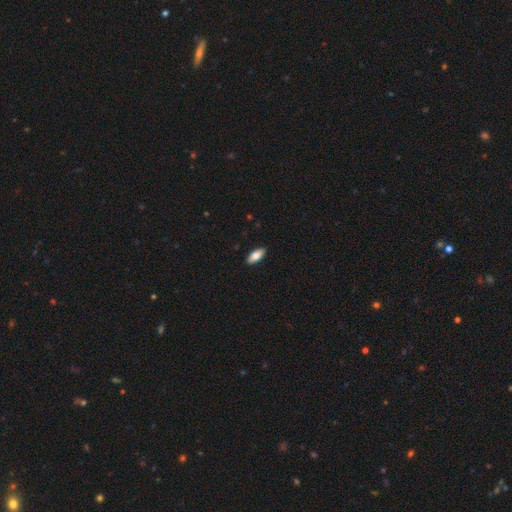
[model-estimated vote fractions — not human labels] Smooth or featured?
  - smooth: 79% *
  - featured or disk: 15%
  - star or artifact: 6%
How rounded?
  - in between: 82% *
  - cigar-shaped: 16%
  - round: 2%
Merging?
  - none: 90% *
  - minor disturbance: 7%
  - major disturbance: 2%
  - merger: 1%